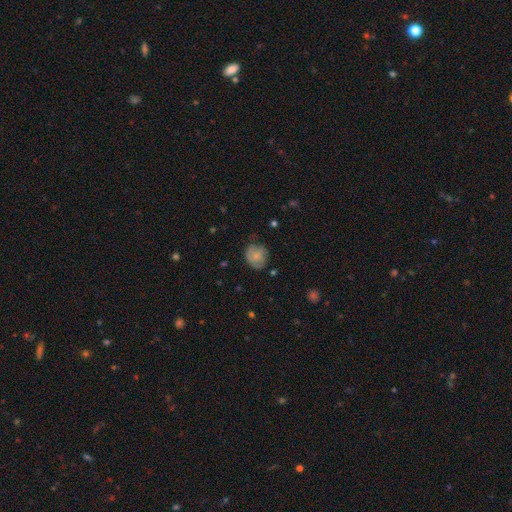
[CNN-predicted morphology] This is likely a smooth galaxy (74%). How rounded: likely round (72%). Merging: likely none (64%).